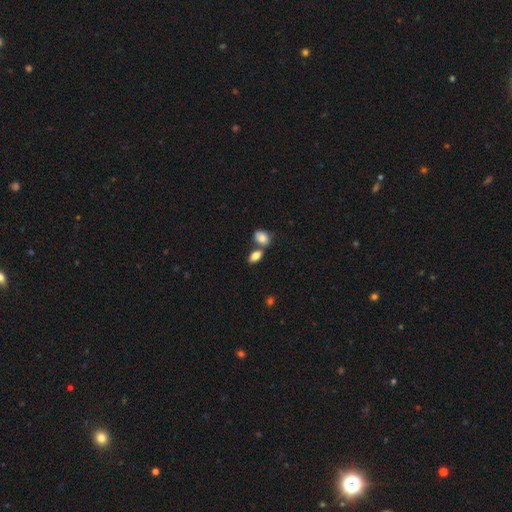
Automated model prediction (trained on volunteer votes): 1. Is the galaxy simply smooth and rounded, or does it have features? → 84% smooth, 8% featured or disk, 8% star or artifact.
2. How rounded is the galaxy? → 89% in between, 8% round, 3% cigar-shaped.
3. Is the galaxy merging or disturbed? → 49% none, 37% merger, 11% minor disturbance, 4% major disturbance.